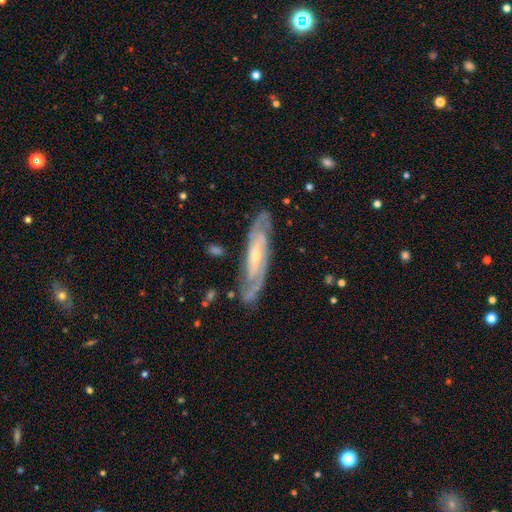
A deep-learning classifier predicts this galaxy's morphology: A featured or disk galaxy (86%) with no bar (43%), 2 (65%) tight (54%) spiral arms (96%) and a small central bulge (67%).

Vote fractions:
- Smooth or featured? featured or disk: 86% / smooth: 9% / star or artifact: 5%
- Edge-on disk? no: 79% / yes: 21%
- Bar? no: 43% / weak: 37% / strong: 20%
- Spiral arms? yes: 96% / no: 4%
- Spiral winding? tight: 54% / medium: 38% / loose: 8%
- Spiral arm count? 2: 65% / can't tell: 17% / 3: 9% / 4: 3% / 1: 3% / more than 4: 3%
- Bulge size? small: 67% / moderate: 28% / none: 2% / large: 2% / dominant: 1%
- Merging? none: 81% / minor disturbance: 14% / major disturbance: 4% / merger: 2%